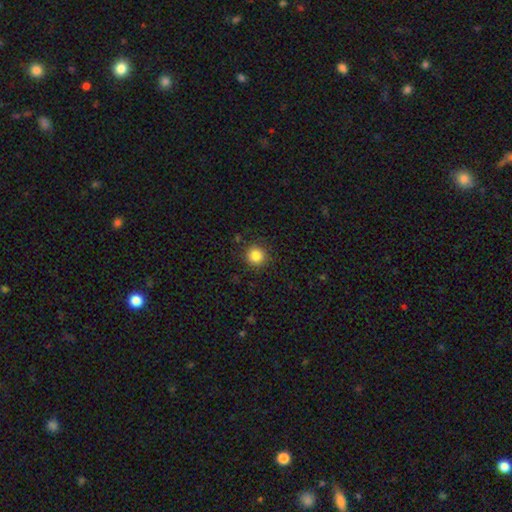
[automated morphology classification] Smooth or featured: smooth — 85% (star or artifact — 11%)
How rounded: round — 93% (in between — 6%)
Merging: none — 89% (minor disturbance — 7%)